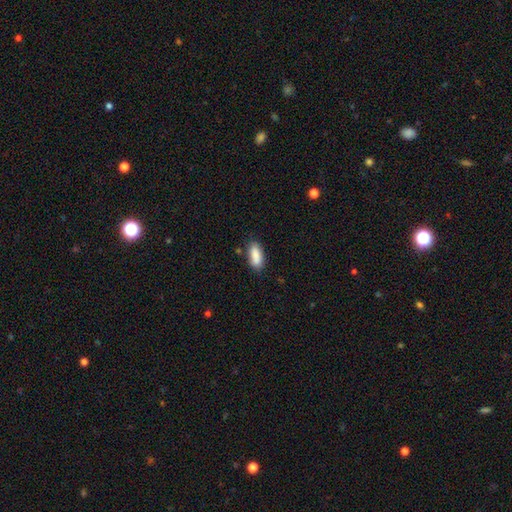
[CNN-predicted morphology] Smooth or featured: smooth — 87% (star or artifact — 7%)
How rounded: in between — 78% (cigar-shaped — 19%)
Merging: none — 78% (minor disturbance — 15%)